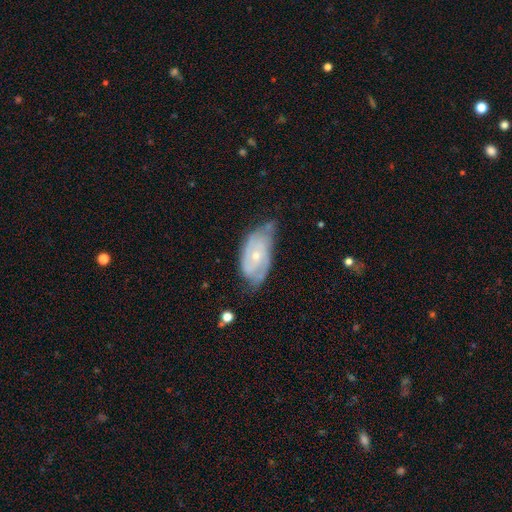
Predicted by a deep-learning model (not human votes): smooth-or-featured: featured or disk: 76% | smooth: 18% | star or artifact: 6%
  disk-edge-on: no: 94% | yes: 6%
    bar: no: 64% | weak: 30% | strong: 6%
    has-spiral-arms: yes: 88% | no: 12%
      spiral-winding: tight: 53% | medium: 36% | loose: 11%
      spiral-arm-count: 2: 51% | can't tell: 29% | 3: 11% | 1: 4% | 4: 3% | more than 4: 2%
    bulge-size: small: 63% | moderate: 34% | none: 1% | large: 1% | dominant: 1%
  merging: none: 53% | minor disturbance: 33% | major disturbance: 11% | merger: 3%